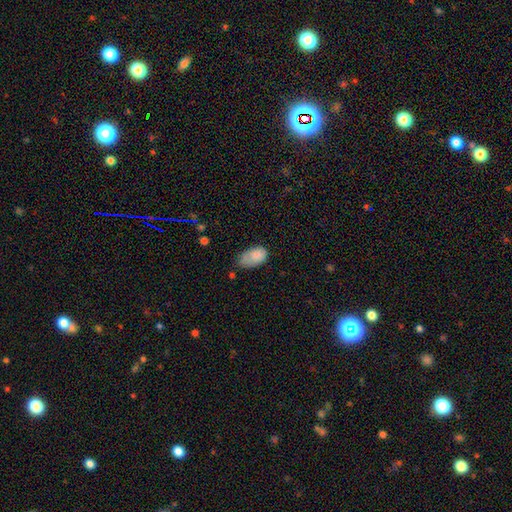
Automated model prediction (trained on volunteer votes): smooth 82%, featured or disk 10%, star or artifact 7%. Down the decision tree: how rounded — in between (92%); merging — minor disturbance (45%).